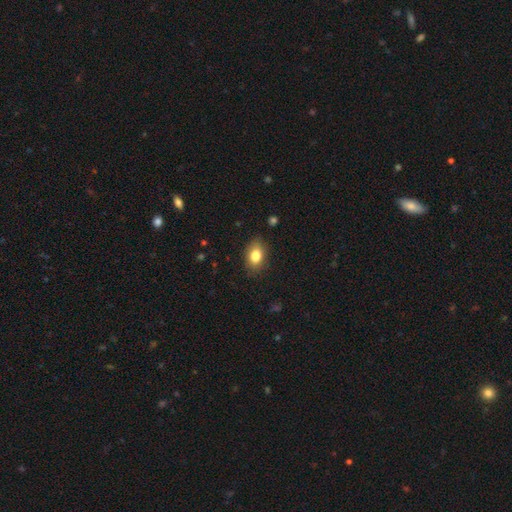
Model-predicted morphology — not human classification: Smooth or featured? smooth (82%)
How rounded? in between (83%)
Merging? none (83%)